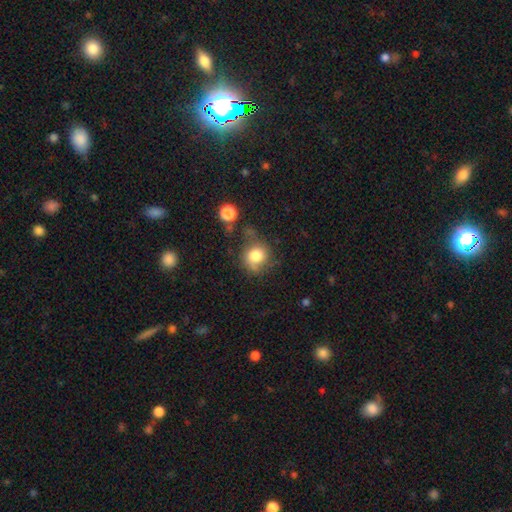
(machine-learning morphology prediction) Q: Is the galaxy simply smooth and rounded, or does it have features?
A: smooth — 76%.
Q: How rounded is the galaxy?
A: round — 80%.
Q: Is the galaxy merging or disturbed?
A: none — 56%.